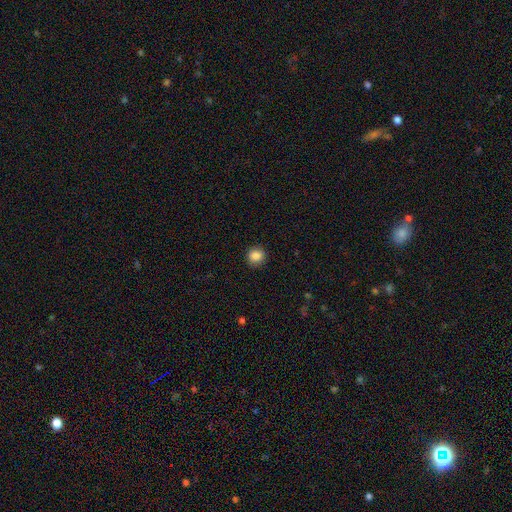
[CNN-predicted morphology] Smooth or featured? Predicted: smooth (p=0.86). How rounded? Predicted: round (p=0.89). Merging? Predicted: none (p=0.91).